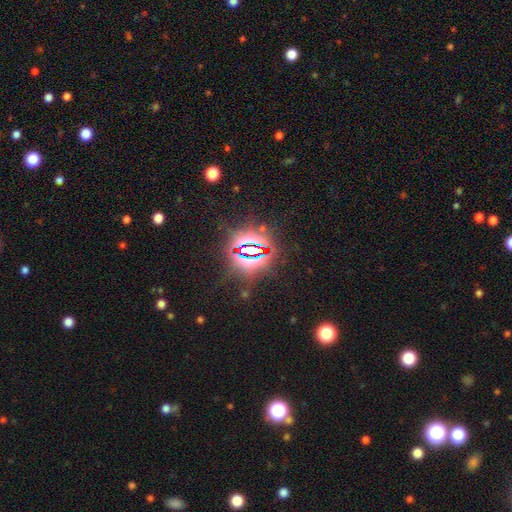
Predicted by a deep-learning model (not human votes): A star or artifact, not a galaxy (83%).

Vote fractions:
- Smooth or featured? star or artifact: 83% / smooth: 9% / featured or disk: 8%